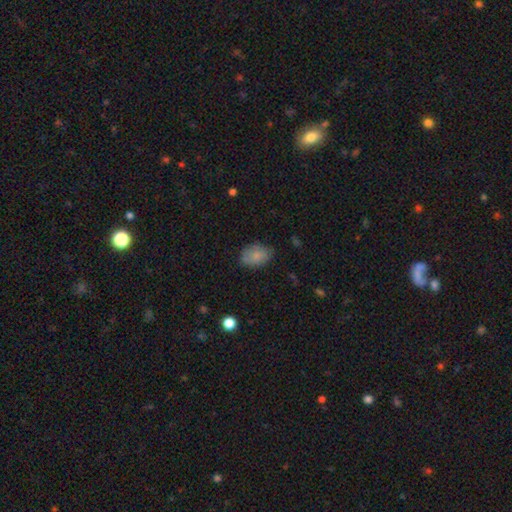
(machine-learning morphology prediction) Smooth or featured? smooth (83%)
How rounded? in between (83%)
Merging? none (79%)